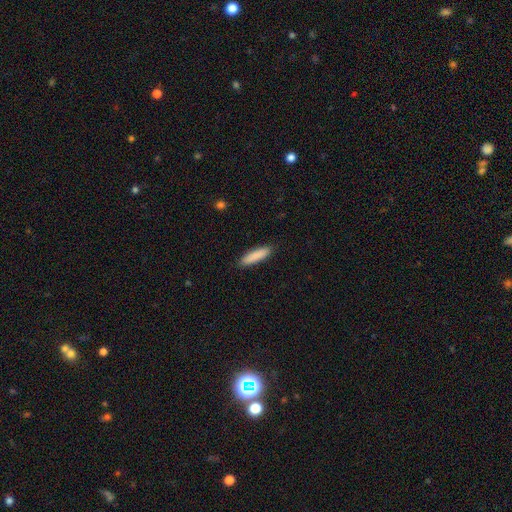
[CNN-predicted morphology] smooth_or_featured: smooth (p=0.88) [alt: featured or disk p=0.07]
how_rounded: cigar-shaped (p=0.76) [alt: in between p=0.23]
merging: none (p=0.90) [alt: minor disturbance p=0.08]